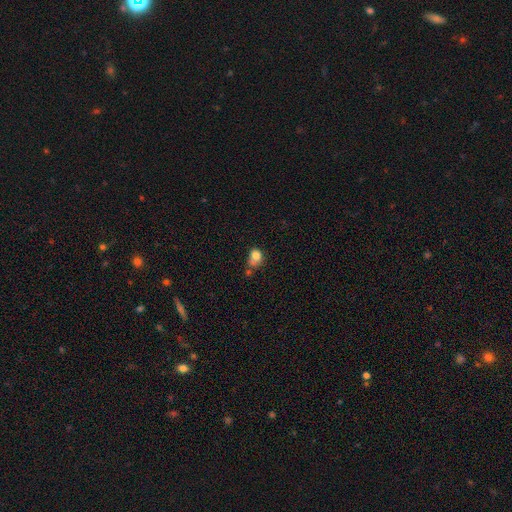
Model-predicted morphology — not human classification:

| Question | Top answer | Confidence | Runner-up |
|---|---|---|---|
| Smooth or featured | smooth | 78% | featured or disk (12%) |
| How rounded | round | 57% | in between (42%) |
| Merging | none | 37% | merger (28%) |